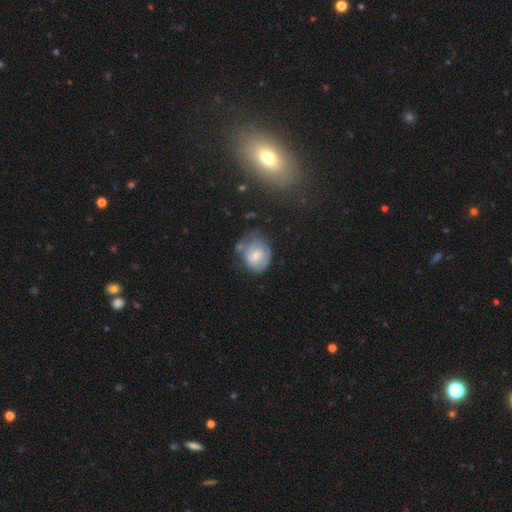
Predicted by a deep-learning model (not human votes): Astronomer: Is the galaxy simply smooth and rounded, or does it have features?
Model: smooth — 56% (runner-up: featured or disk, 36%).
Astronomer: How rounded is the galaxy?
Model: round — 53% (runner-up: in between, 46%).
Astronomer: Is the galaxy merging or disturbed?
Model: none — 45% (runner-up: minor disturbance, 31%).